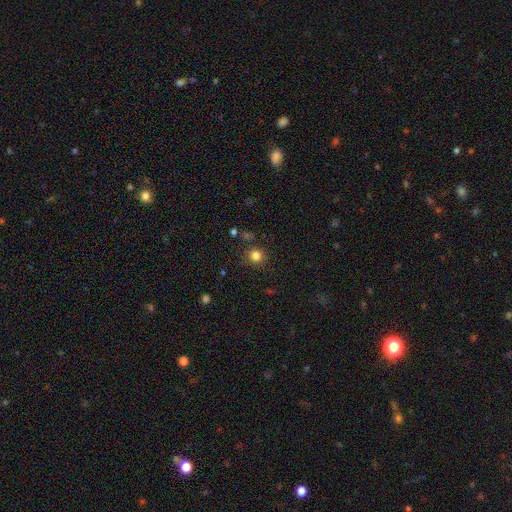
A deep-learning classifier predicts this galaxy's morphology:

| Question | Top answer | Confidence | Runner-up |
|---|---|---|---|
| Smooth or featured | smooth | 81% | star or artifact (14%) |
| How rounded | round | 90% | in between (9%) |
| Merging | none | 85% | minor disturbance (9%) |